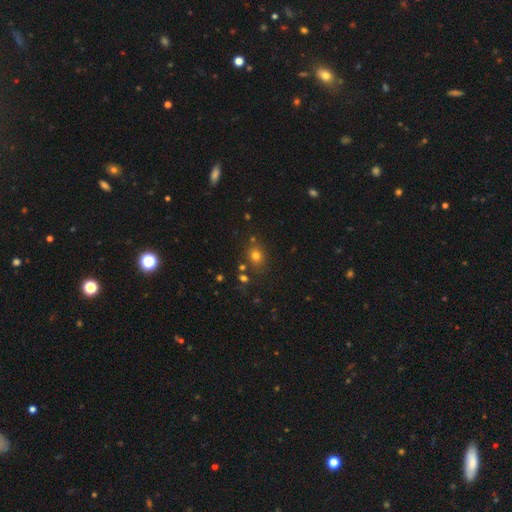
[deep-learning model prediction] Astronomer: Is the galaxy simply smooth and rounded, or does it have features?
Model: smooth — 73%.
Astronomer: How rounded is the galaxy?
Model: round — 66%.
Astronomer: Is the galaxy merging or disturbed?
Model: none — 77%.